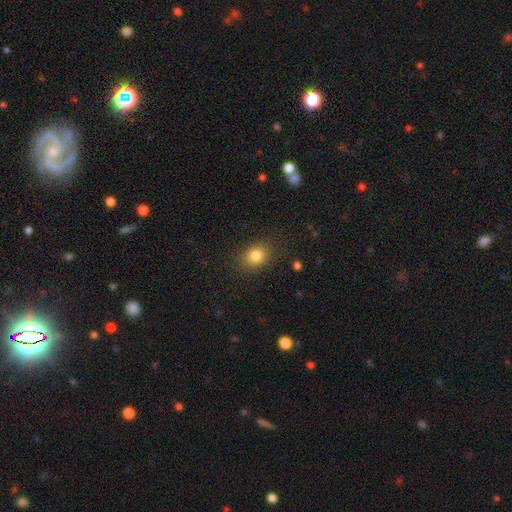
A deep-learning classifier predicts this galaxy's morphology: smooth 82%, star or artifact 11%, featured or disk 7%. Down the decision tree: how rounded — round (51%); merging — none (85%).